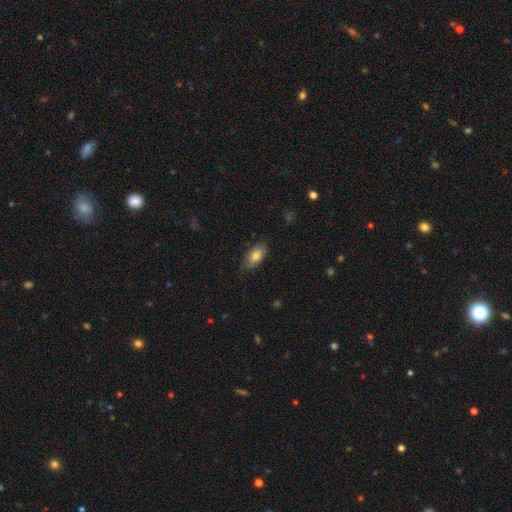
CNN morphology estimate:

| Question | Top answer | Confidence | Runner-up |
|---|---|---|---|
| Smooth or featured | smooth | 78% | featured or disk (15%) |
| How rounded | in between | 89% | cigar-shaped (7%) |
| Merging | none | 78% | minor disturbance (18%) |